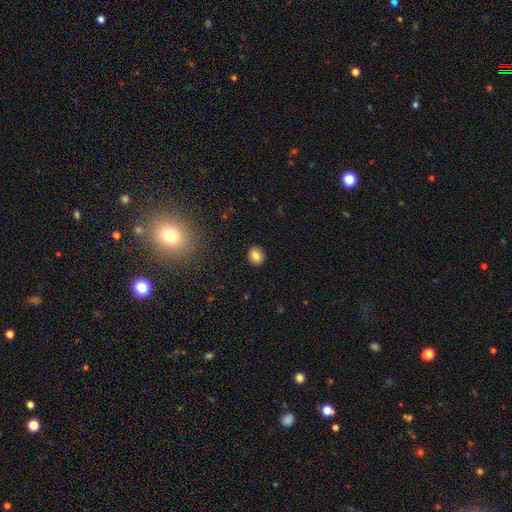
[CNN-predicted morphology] This appears to be a smooth galaxy with no disk features (82%) that is round (68%). Merging: none (90%).